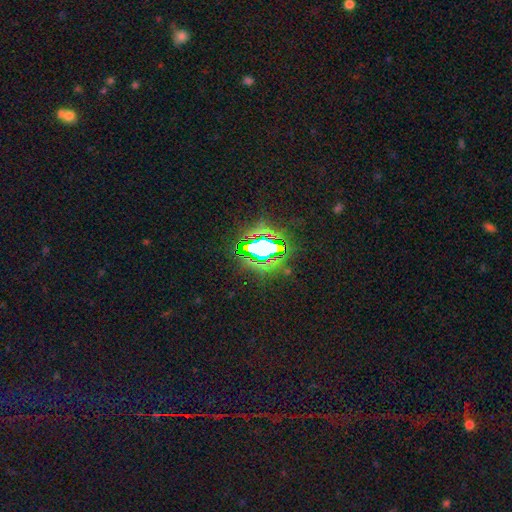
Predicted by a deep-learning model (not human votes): A star or artifact, not a galaxy (82%).

Vote fractions:
- Smooth or featured? star or artifact: 82% / smooth: 11% / featured or disk: 7%